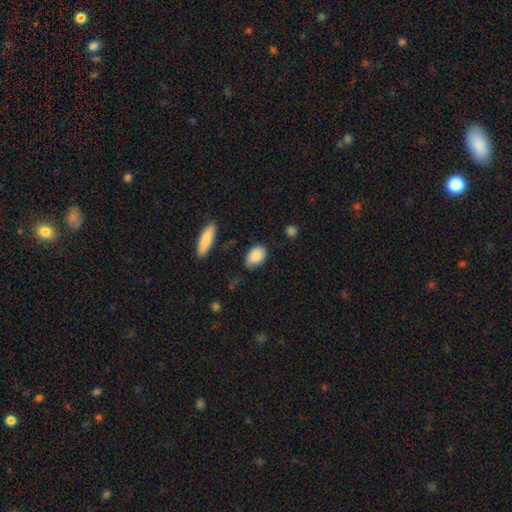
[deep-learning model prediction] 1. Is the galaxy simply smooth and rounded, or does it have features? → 87% smooth, 7% star or artifact, 6% featured or disk.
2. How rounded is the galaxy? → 87% in between, 11% round, 2% cigar-shaped.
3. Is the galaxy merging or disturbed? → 74% none, 20% minor disturbance, 4% major disturbance, 2% merger.